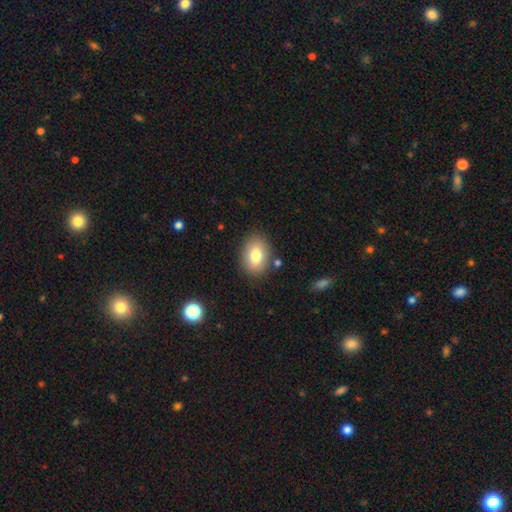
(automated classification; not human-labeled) Smooth or featured? smooth (78%)
How rounded? in between (78%)
Merging? none (83%)